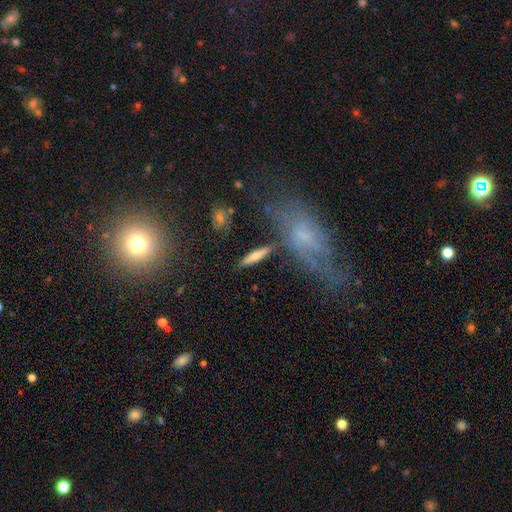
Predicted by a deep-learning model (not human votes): This appears to be a smooth galaxy with no disk features (65%) that is cigar-shaped (82%). Merging: none (80%).